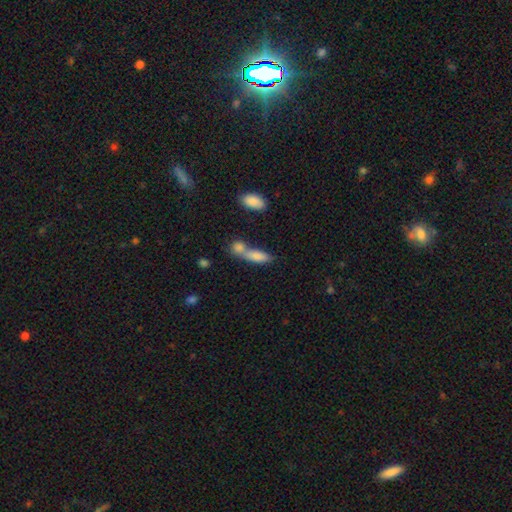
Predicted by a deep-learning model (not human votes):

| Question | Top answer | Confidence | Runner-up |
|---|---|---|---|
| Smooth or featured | smooth | 81% | featured or disk (11%) |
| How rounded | in between | 59% | cigar-shaped (37%) |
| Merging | merger | 53% | none (32%) |